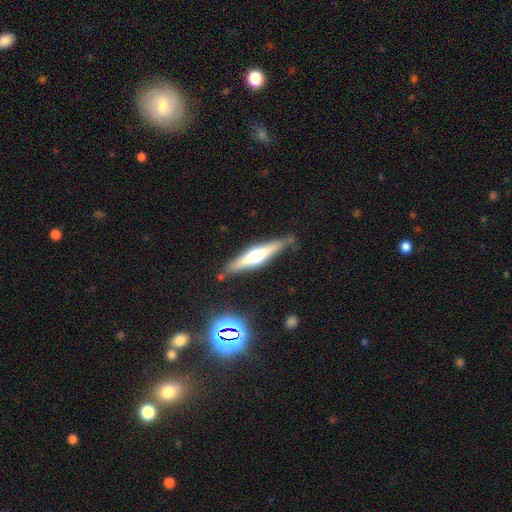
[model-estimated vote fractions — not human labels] smooth_or_featured: featured or disk (p=0.59) [alt: smooth p=0.35]
disk_edge_on: yes (p=0.95) [alt: no p=0.05]
edge_on_bulge: rounded (p=0.87) [alt: boxy p=0.08]
merging: none (p=0.80) [alt: minor disturbance p=0.14]